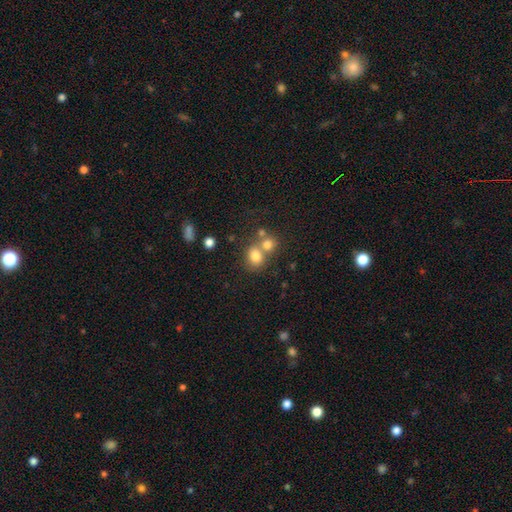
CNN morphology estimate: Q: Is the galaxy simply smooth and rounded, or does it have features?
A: smooth — 76%.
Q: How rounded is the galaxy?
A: round — 64%.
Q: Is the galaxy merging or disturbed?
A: merger — 45%.